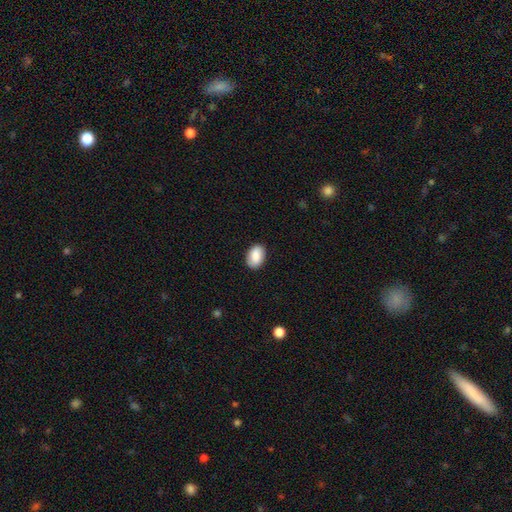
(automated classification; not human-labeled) A smooth galaxy with no disk features (88%) that is in between round and cigar-shaped (87%). Merging: none (88%).